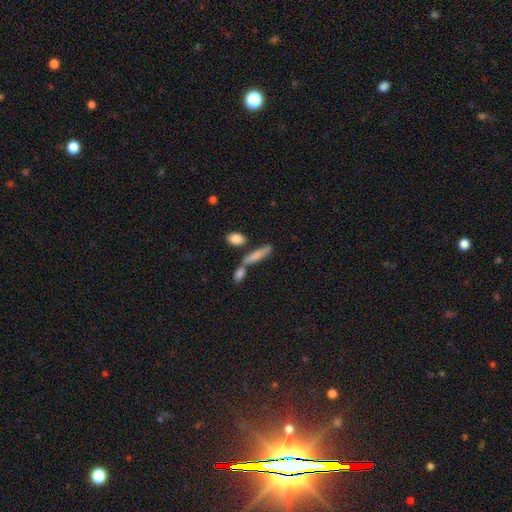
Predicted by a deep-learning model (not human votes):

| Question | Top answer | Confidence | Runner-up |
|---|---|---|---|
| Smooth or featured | smooth | 75% | featured or disk (17%) |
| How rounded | cigar-shaped | 74% | in between (22%) |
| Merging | none | 58% | merger (25%) |